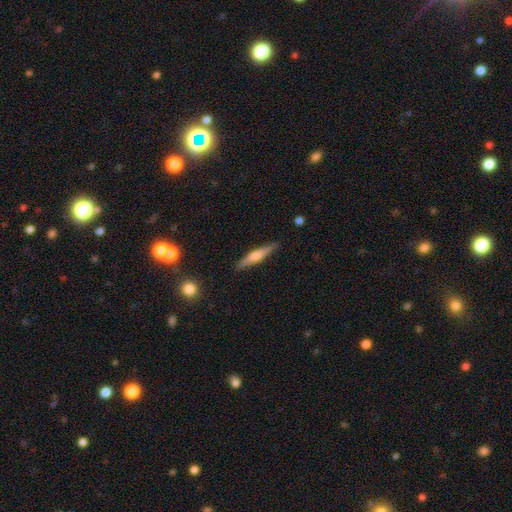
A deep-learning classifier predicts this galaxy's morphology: A featured or disk galaxy (56%) viewed edge-on (96%) with a rounded central bulge (76%). Merging: none (88%).